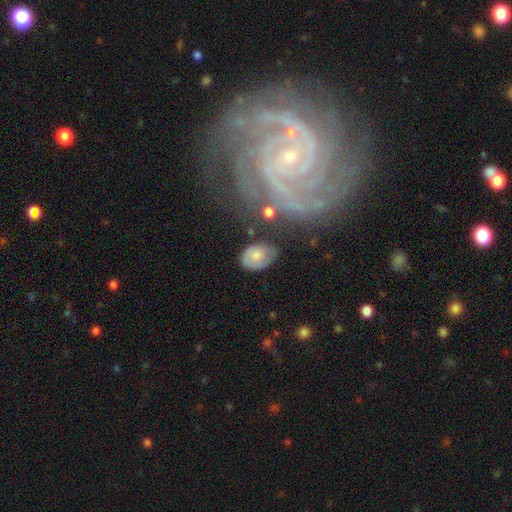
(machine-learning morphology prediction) Smooth or featured?
  - smooth: 67% *
  - featured or disk: 26%
  - star or artifact: 8%
How rounded?
  - in between: 80% *
  - round: 19%
  - cigar-shaped: 1%
Merging?
  - none: 48% *
  - minor disturbance: 34%
  - major disturbance: 13%
  - merger: 5%